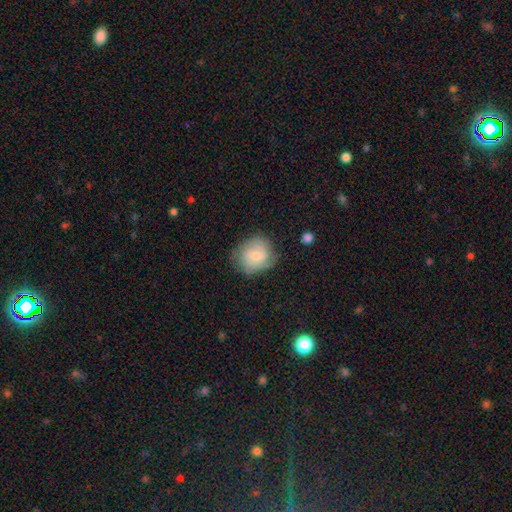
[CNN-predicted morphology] smooth-or-featured: featured or disk: 48% | smooth: 44% | star or artifact: 7%
  merging: none: 72% | minor disturbance: 21% | major disturbance: 6% | merger: 2%